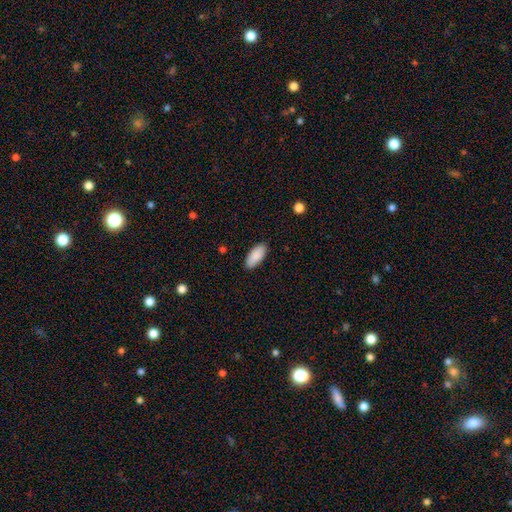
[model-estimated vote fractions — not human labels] smooth 90%, star or artifact 6%, featured or disk 4%. Down the decision tree: how rounded — in between (91%); merging — none (89%).